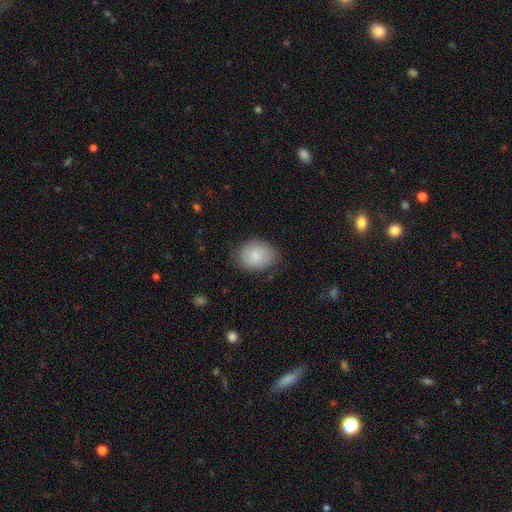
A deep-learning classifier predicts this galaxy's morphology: A smooth galaxy with no disk features (81%) that is in between round and cigar-shaped (63%).

Vote fractions:
- Smooth or featured? smooth: 81% / featured or disk: 13% / star or artifact: 7%
- How rounded? in between: 63% / round: 36% / cigar-shaped: 1%
- Merging? none: 79% / minor disturbance: 16% / major disturbance: 4% / merger: 1%